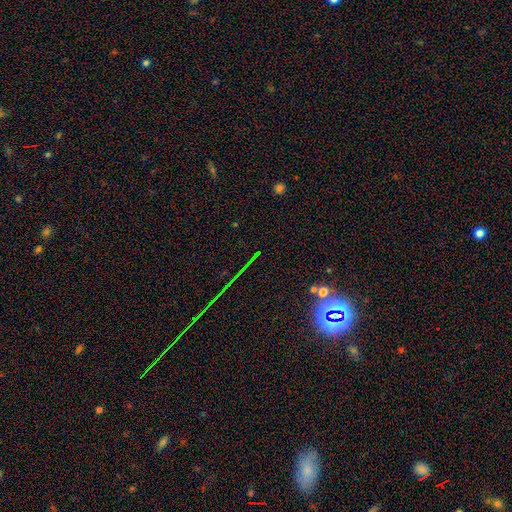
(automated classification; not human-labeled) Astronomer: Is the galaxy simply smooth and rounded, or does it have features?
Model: star or artifact — 75%.